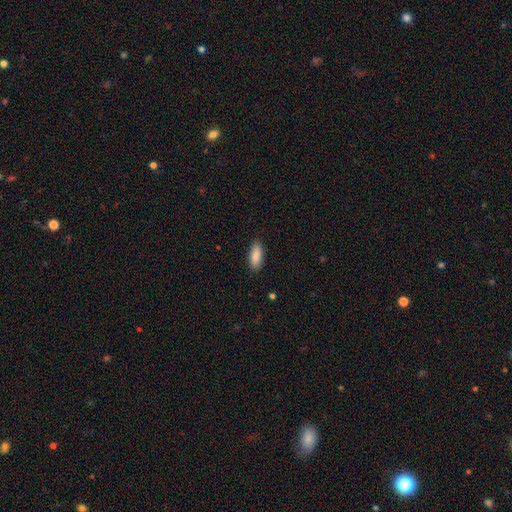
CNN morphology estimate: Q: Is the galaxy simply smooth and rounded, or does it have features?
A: smooth — 89%.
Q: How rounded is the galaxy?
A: in between — 78%.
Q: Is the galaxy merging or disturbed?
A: none — 87%.